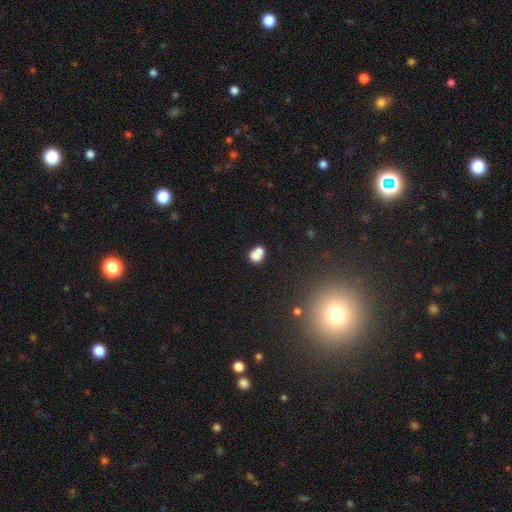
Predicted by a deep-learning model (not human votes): The model was most divided on "how rounded": round: 54%, in between: 45%, cigar-shaped: 1%. More confident: smooth or featured — smooth (73%); merging — merger (53%).